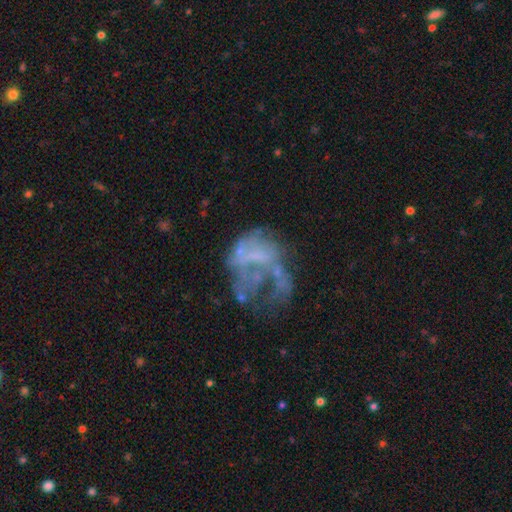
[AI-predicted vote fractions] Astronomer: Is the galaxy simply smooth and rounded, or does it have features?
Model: featured or disk — 63%.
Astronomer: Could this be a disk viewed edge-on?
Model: no — 98%.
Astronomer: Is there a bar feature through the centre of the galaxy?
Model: no — 85%.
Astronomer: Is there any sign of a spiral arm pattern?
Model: no — 88%.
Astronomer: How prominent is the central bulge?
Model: none — 76%.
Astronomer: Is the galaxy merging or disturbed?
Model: major disturbance — 47% (runner-up: none, 26%).